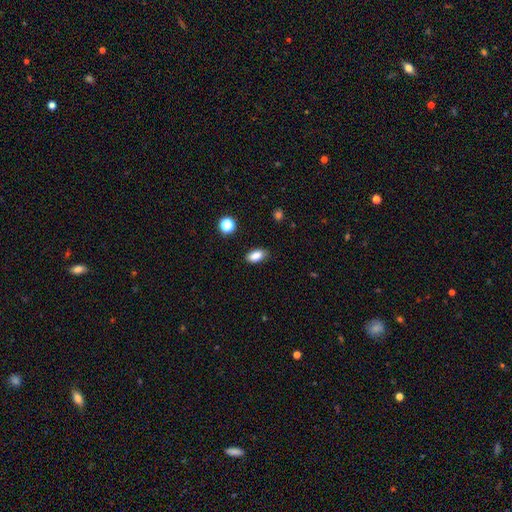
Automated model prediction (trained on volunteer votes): A smooth galaxy with no disk features (86%) that is in between round and cigar-shaped (89%).

Vote fractions:
- Smooth or featured? smooth: 86% / star or artifact: 9% / featured or disk: 5%
- How rounded? in between: 89% / round: 6% / cigar-shaped: 4%
- Merging? none: 84% / minor disturbance: 12% / major disturbance: 3% / merger: 1%